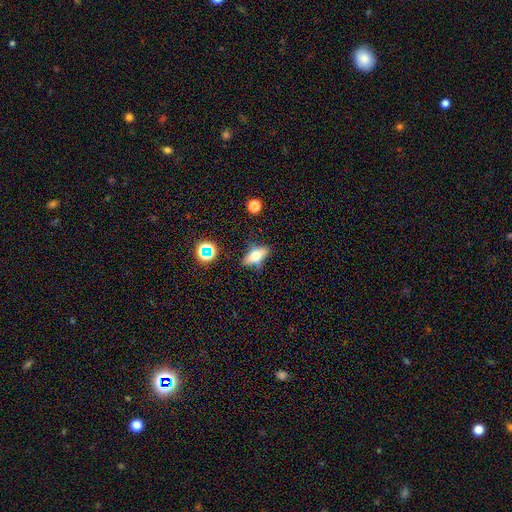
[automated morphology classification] Smooth or featured? Predicted: smooth (p=0.56). How rounded? Predicted: in between (p=0.72). Merging? Predicted: none (p=0.76).